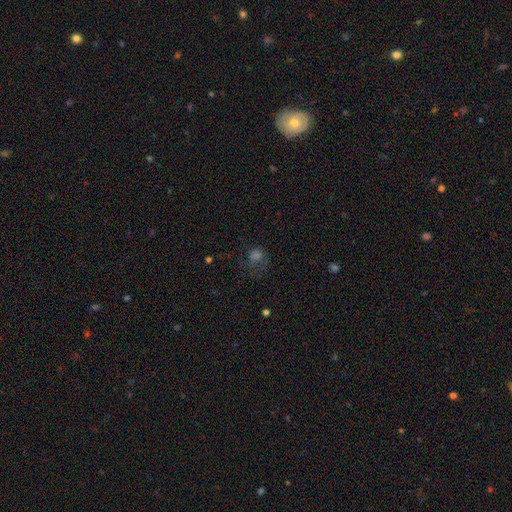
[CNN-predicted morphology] This appears to be a smooth galaxy with no disk features (51%) that is round (64%). Merging: none (43%).